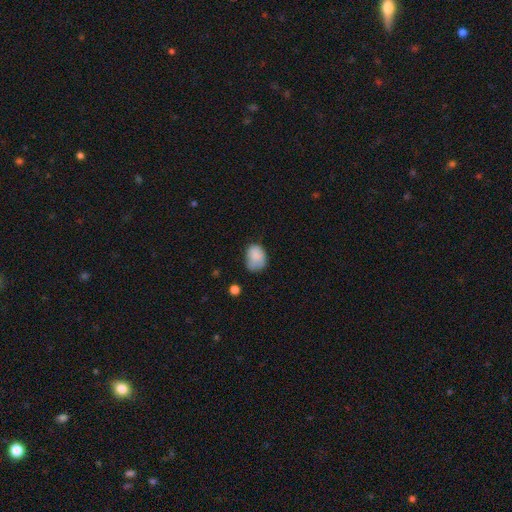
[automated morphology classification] A smooth galaxy with no disk features (81%) that is in between round and cigar-shaped (69%). Merging: none (46%).